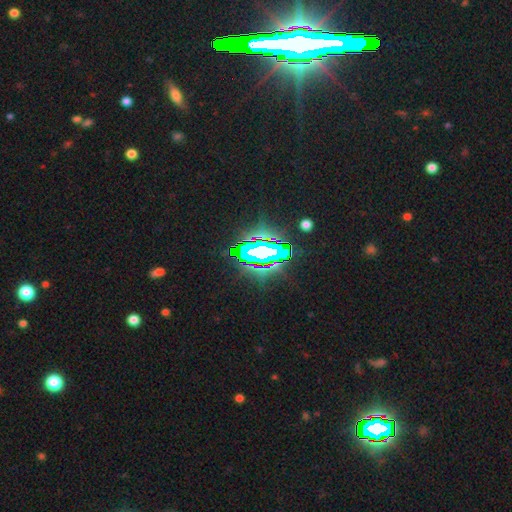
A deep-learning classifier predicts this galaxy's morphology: Q: Smooth or featured?
A: star or artifact (73%); runner-up: featured or disk (14%)